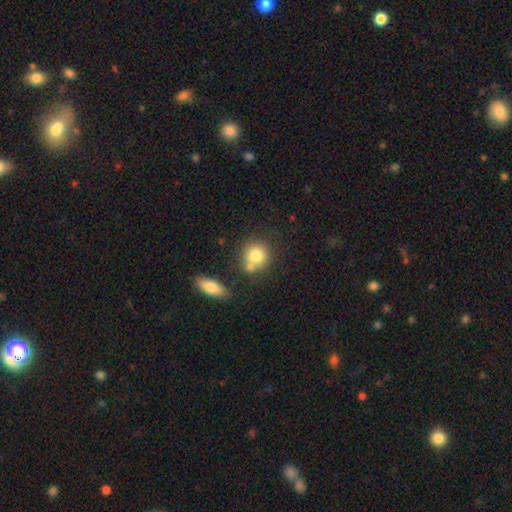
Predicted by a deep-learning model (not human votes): Overall: smooth (79%). How rounded: round (84%). Merging: none (53%; merger 31%).